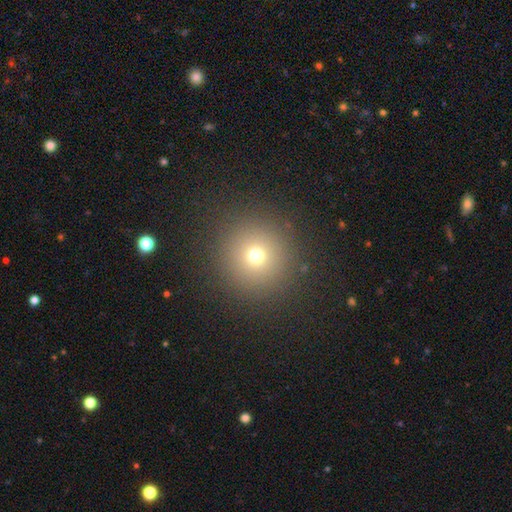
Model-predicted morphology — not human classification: This appears to be a smooth galaxy with no disk features (70%) that is round (94%). Merging: none (90%).